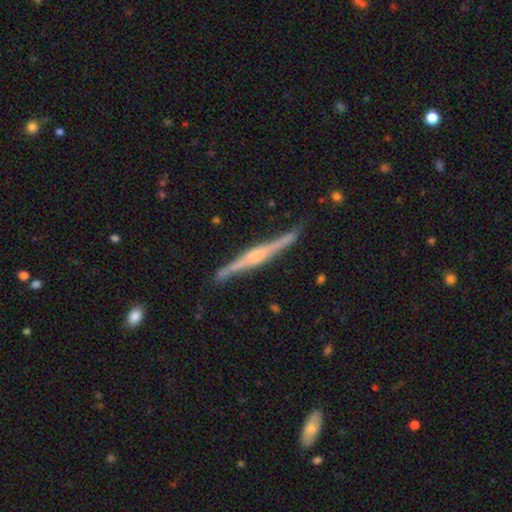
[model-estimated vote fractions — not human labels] A featured or disk galaxy (82%) viewed edge-on (97%) with a rounded central bulge (62%).

Vote fractions:
- Smooth or featured? featured or disk: 82% / smooth: 13% / star or artifact: 5%
- Edge-on disk? yes: 97% / no: 3%
- Edge-on bulge? rounded: 62% / boxy: 24% / none: 14%
- Merging? none: 82% / minor disturbance: 14% / major disturbance: 3% / merger: 2%